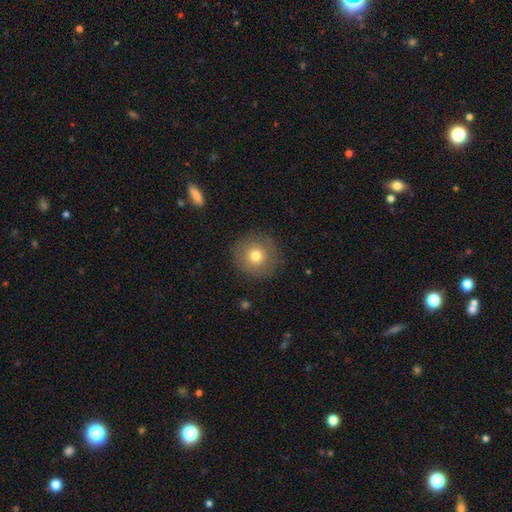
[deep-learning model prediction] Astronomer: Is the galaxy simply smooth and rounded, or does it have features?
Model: smooth — 74%.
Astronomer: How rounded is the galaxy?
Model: round — 95%.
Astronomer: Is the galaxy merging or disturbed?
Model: none — 88%.